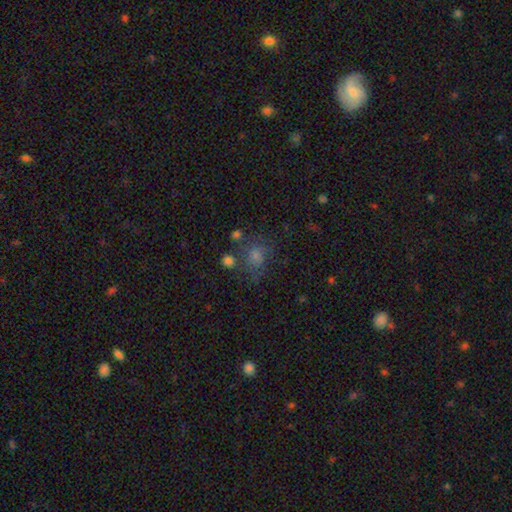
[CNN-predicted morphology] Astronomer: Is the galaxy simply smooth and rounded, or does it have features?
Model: smooth — 60%.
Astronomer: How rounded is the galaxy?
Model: round — 68%.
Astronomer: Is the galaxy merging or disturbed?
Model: none — 59%.